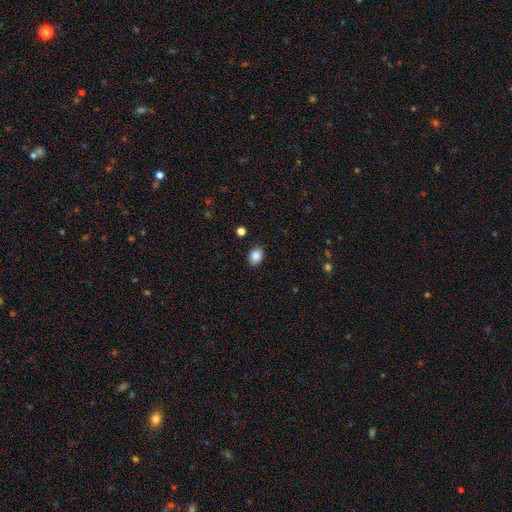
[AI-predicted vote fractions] Q: Smooth or featured?
A: smooth (86%); runner-up: star or artifact (9%)
Q: How rounded?
A: in between (68%); runner-up: round (31%)
Q: Merging?
A: none (89%); runner-up: minor disturbance (8%)